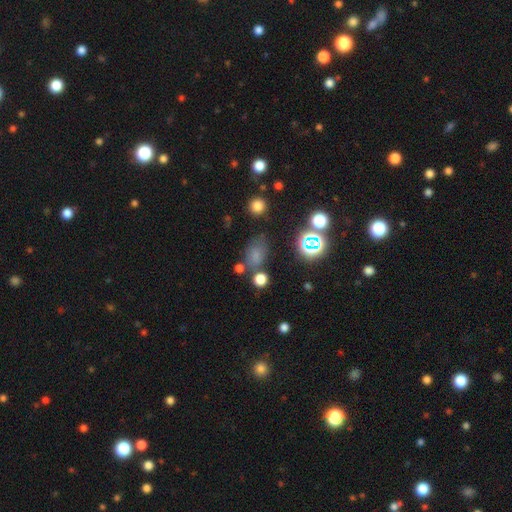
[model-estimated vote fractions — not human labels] smooth_or_featured: smooth (p=0.65) [alt: star or artifact p=0.25]
how_rounded: in between (p=0.76) [alt: round p=0.21]
merging: none (p=0.59) [alt: minor disturbance p=0.20]